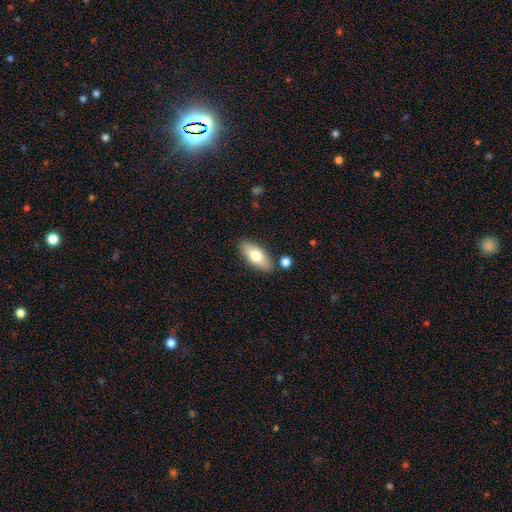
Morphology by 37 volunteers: A smooth galaxy with no disk features (76%) that is in between round and cigar-shaped (82%). Merging: none (89%).